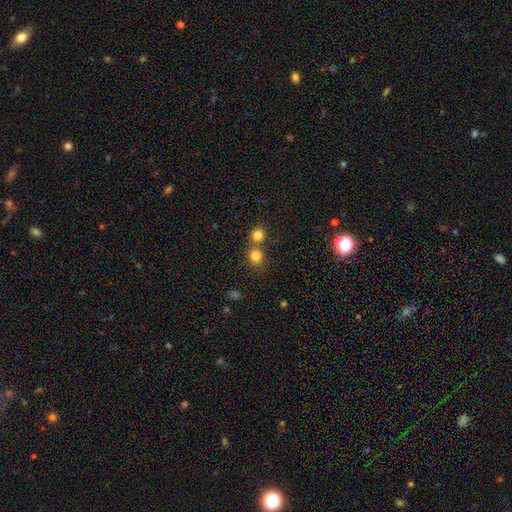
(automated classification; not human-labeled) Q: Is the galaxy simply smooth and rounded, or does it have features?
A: smooth — 80%.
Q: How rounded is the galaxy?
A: round — 84%.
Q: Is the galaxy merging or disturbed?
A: none — 51%.